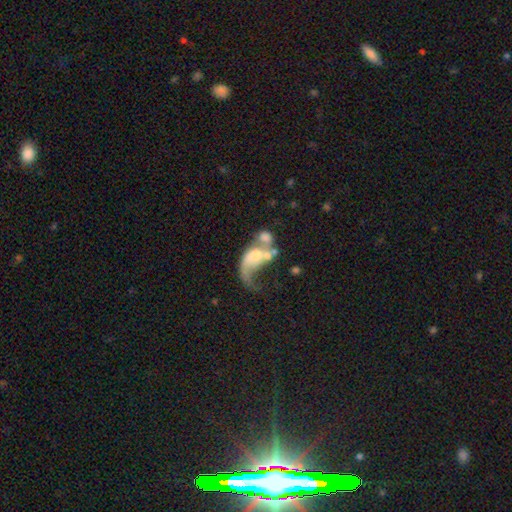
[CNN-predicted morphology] Overall: featured or disk (63%; smooth 28%). Edge-on disk: no (96%). Bar: no (69%). Spiral arms: yes (66%; no 34%). Bulge size: moderate (40%; small 29%). Merging: merger (43%; major disturbance 32%).